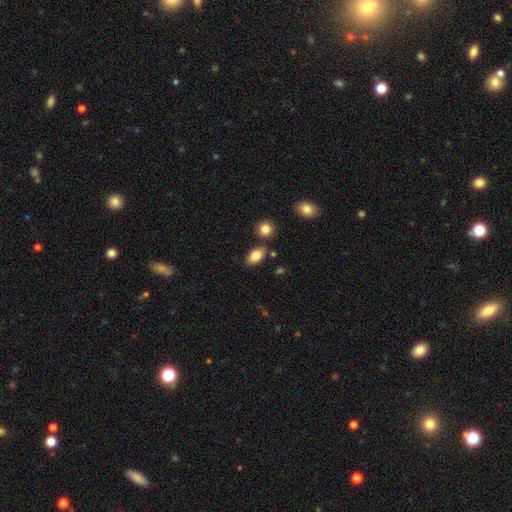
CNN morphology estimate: type=smooth (82%); roundness=in between (90%); merging=none (81%).